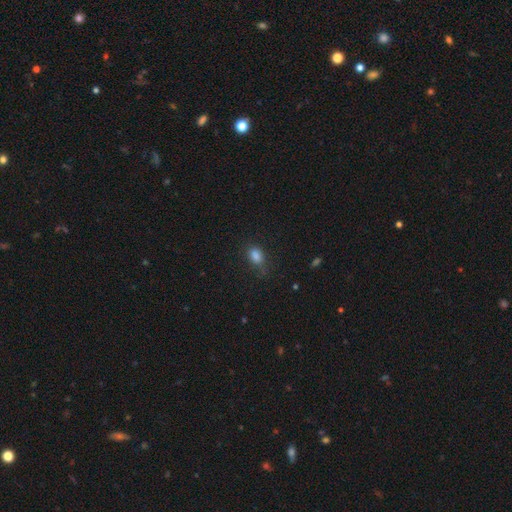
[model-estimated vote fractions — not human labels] Morphology: type=smooth (82%); roundness=in between (80%); merging=none (64%).